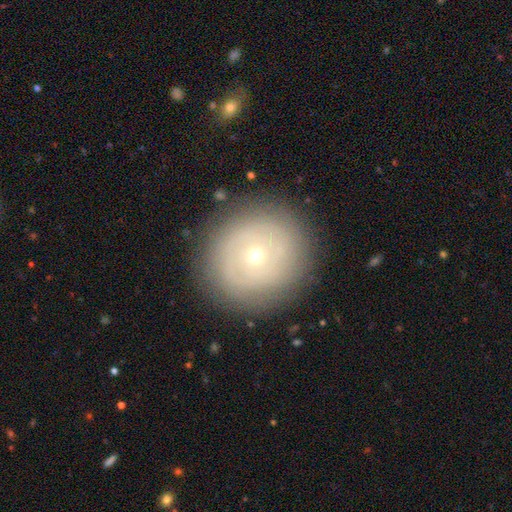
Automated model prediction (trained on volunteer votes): A featured or disk galaxy (58%) with no bar (85%), spiral arms (59%) and a small central bulge (79%). Merging: none (85%).